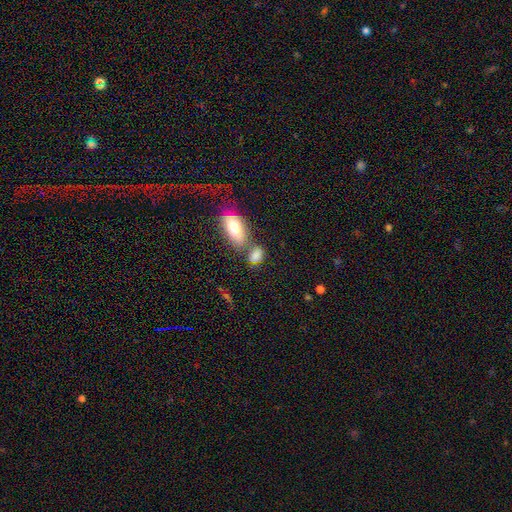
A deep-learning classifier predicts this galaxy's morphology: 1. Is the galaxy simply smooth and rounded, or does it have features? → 77% smooth, 12% star or artifact, 11% featured or disk.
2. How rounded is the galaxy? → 83% in between, 13% round, 4% cigar-shaped.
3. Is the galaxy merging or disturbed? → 45% none, 31% merger, 16% minor disturbance, 8% major disturbance.